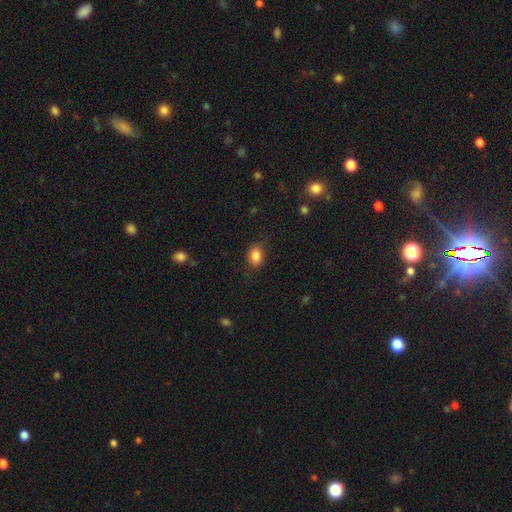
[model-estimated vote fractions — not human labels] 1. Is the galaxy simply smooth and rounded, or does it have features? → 85% smooth, 9% star or artifact, 6% featured or disk.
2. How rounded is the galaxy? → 71% in between, 28% round, 1% cigar-shaped.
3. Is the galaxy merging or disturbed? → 82% none, 14% minor disturbance, 4% major disturbance, 1% merger.